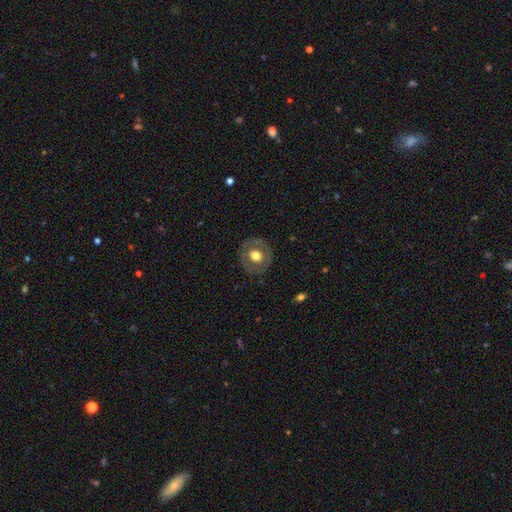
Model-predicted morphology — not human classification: The model was most divided on "smooth or featured": smooth: 52%, featured or disk: 41%, star or artifact: 7%. More confident: merging — none (85%); how rounded — round (82%).